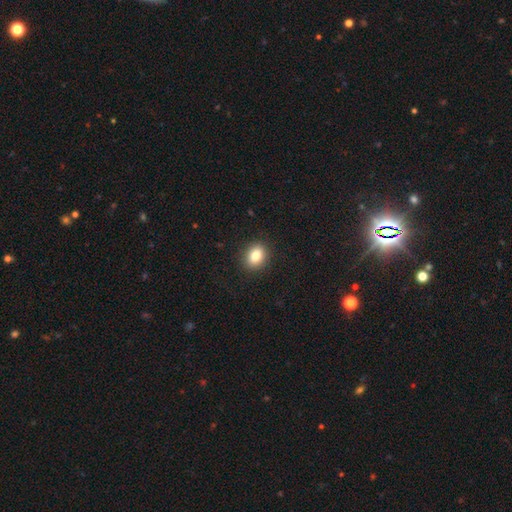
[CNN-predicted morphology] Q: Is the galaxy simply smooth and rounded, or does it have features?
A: smooth — 84%.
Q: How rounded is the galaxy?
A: in between — 60%.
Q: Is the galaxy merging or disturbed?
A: none — 90%.